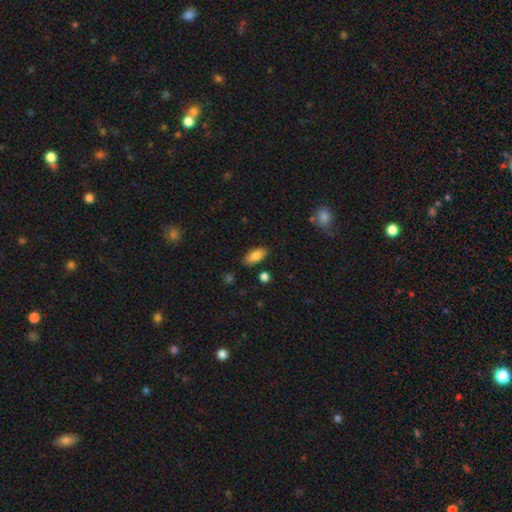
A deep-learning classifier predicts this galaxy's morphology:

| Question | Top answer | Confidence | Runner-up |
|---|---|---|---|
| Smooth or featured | smooth | 85% | featured or disk (8%) |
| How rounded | in between | 88% | cigar-shaped (10%) |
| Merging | none | 83% | minor disturbance (12%) |